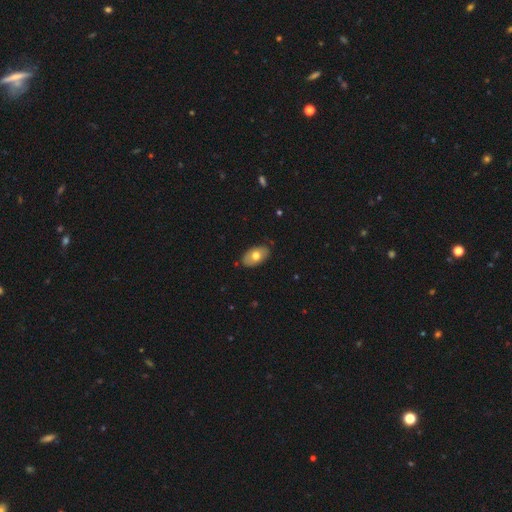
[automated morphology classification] A smooth galaxy with no disk features (67%) that is in between round and cigar-shaped (92%). Merging: none (81%).